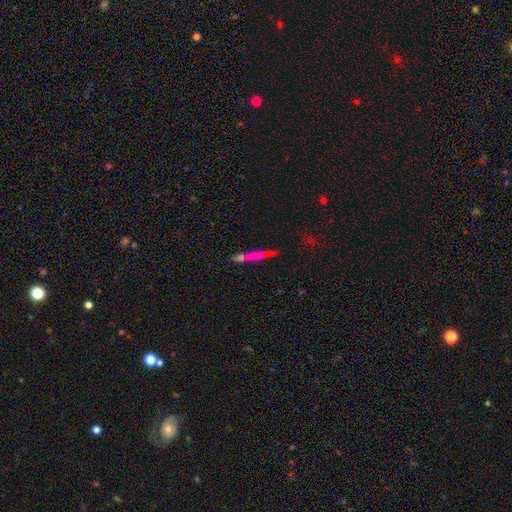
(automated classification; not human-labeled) Smooth or featured: featured or disk — 43% (smooth — 42%)
Merging: none — 70% (minor disturbance — 14%)